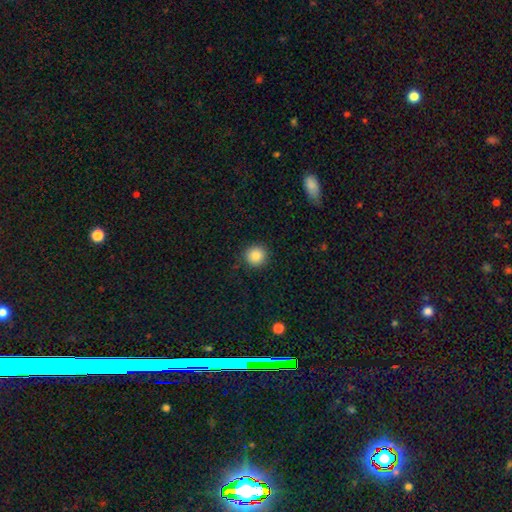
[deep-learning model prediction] Smooth or featured? smooth (87%)
How rounded? round (94%)
Merging? none (90%)